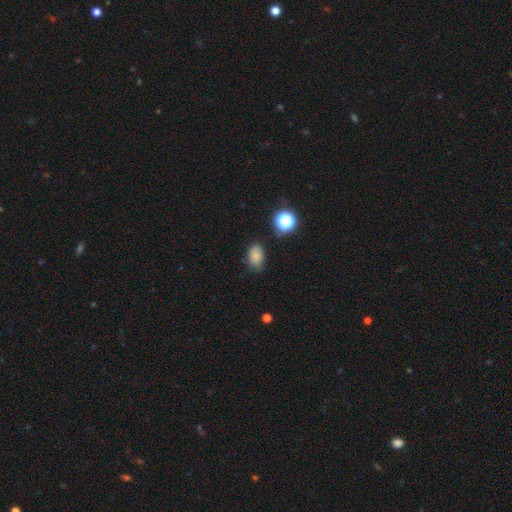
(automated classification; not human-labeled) smooth 81%, star or artifact 13%, featured or disk 7%. Down the decision tree: how rounded — in between (84%); merging — none (74%).